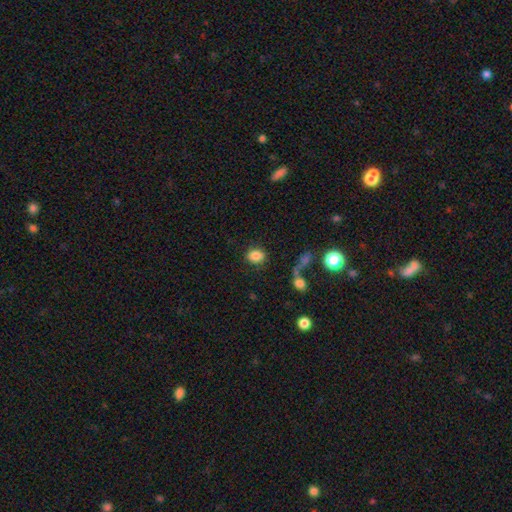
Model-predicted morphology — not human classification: smooth 85%, star or artifact 9%, featured or disk 6%. Down the decision tree: how rounded — in between (66%); merging — none (81%).